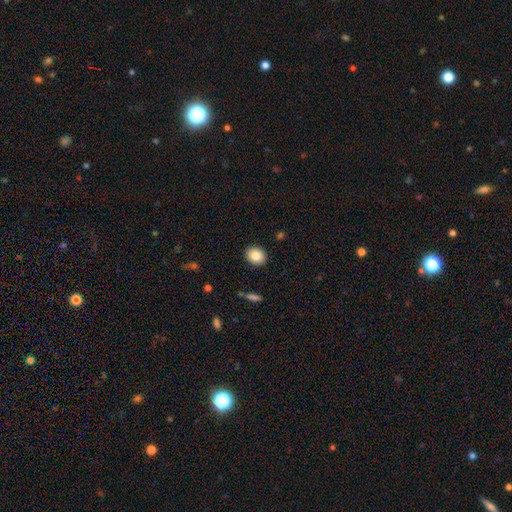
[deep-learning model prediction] smooth-or-featured: smooth: 84% | star or artifact: 9% | featured or disk: 7%
  how-rounded: round: 58% | in between: 41% | cigar-shaped: 1%
  merging: none: 91% | minor disturbance: 6% | major disturbance: 2% | merger: 1%